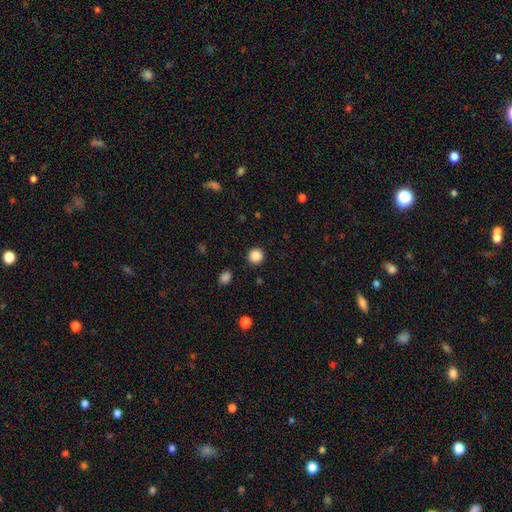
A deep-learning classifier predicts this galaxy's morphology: smooth_or_featured: smooth (p=0.87) [alt: star or artifact p=0.11]
how_rounded: round (p=0.95) [alt: in between p=0.04]
merging: none (p=0.91) [alt: minor disturbance p=0.06]